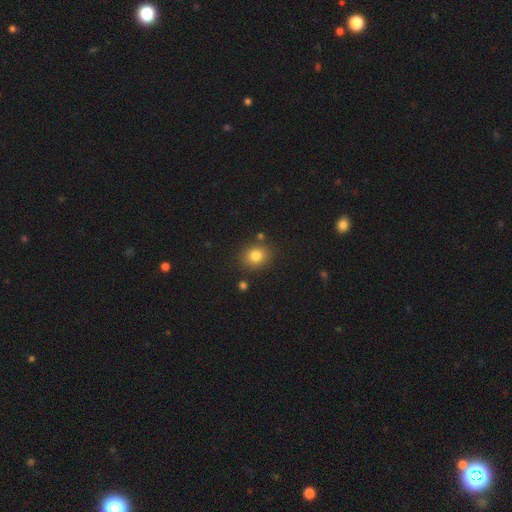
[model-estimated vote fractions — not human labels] Smooth or featured?
  - smooth: 81% *
  - star or artifact: 12%
  - featured or disk: 7%
How rounded?
  - round: 64% *
  - in between: 35%
  - cigar-shaped: 1%
Merging?
  - none: 83% *
  - minor disturbance: 10%
  - merger: 4%
  - major disturbance: 3%